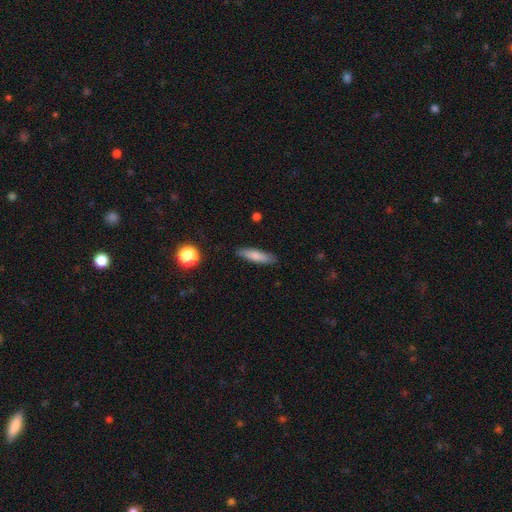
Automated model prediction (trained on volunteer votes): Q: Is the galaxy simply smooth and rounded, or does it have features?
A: smooth — 80%.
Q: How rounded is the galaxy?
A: cigar-shaped — 72%.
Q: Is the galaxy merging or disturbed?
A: none — 86%.